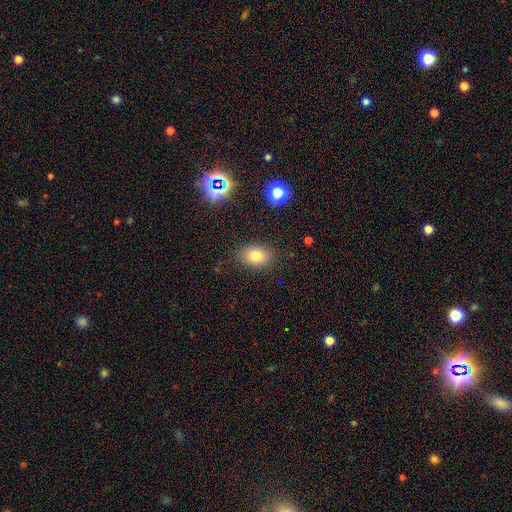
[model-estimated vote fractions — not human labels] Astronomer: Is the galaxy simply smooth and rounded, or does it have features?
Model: smooth — 78%.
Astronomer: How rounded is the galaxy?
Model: in between — 73%.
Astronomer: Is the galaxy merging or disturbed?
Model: none — 85%.